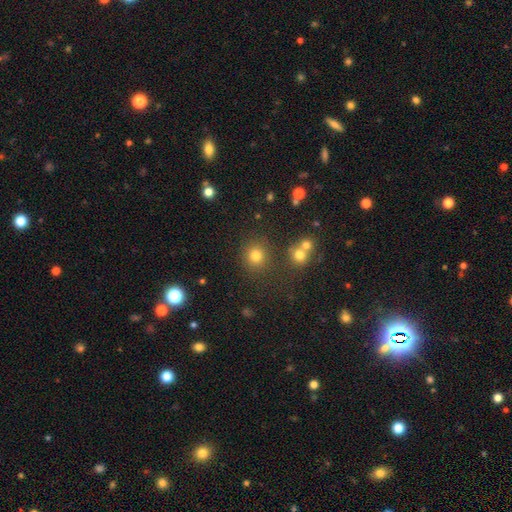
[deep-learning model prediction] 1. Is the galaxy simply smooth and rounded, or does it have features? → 78% smooth, 16% star or artifact, 6% featured or disk.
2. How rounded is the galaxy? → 88% round, 10% in between, 1% cigar-shaped.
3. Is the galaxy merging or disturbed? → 80% none, 8% minor disturbance, 7% merger, 4% major disturbance.